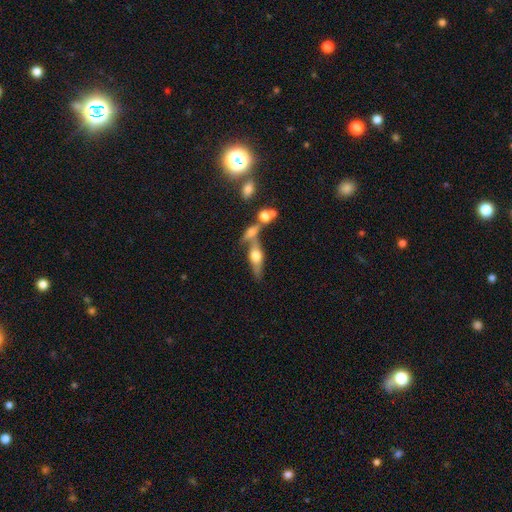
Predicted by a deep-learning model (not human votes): A featured or disk galaxy (48%). Merging: none (42%).